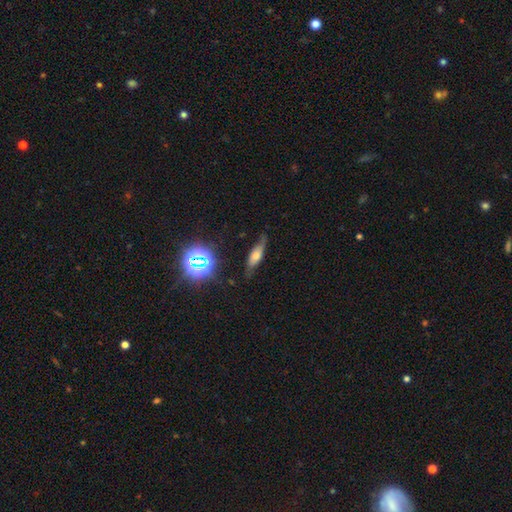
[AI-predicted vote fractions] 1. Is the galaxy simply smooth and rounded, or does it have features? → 43% smooth, 41% featured or disk, 16% star or artifact.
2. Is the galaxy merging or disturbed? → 70% none, 23% minor disturbance, 6% major disturbance, 2% merger.